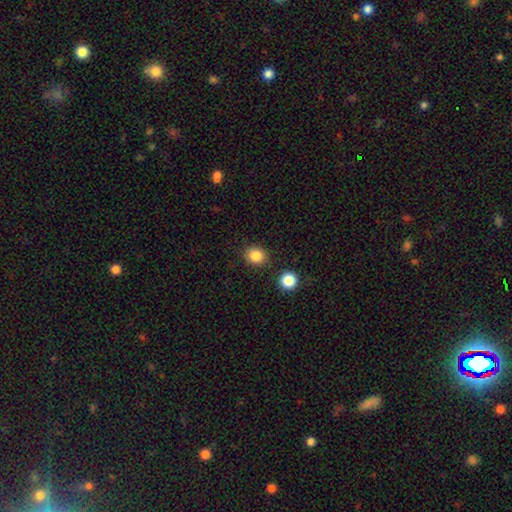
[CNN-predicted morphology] smooth_or_featured: smooth (p=0.85) [alt: star or artifact p=0.11]
how_rounded: round (p=0.77) [alt: in between p=0.22]
merging: none (p=0.87) [alt: minor disturbance p=0.07]